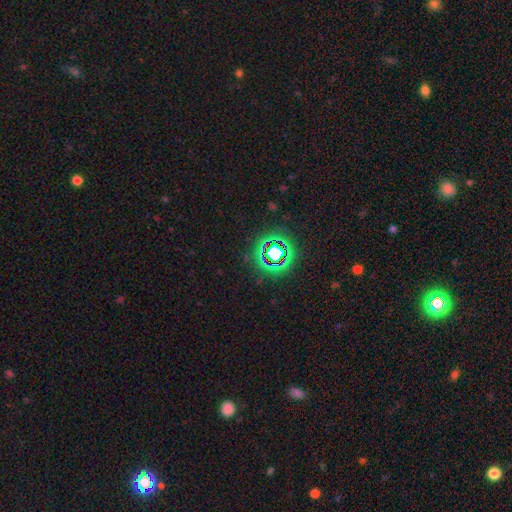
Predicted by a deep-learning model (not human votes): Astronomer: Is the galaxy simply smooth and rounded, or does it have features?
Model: star or artifact — 76%.